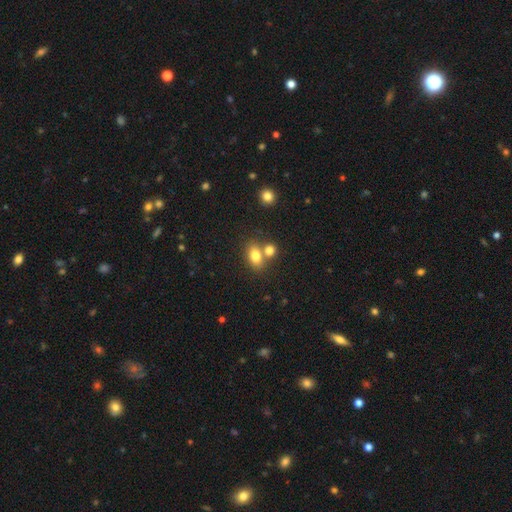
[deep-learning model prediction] Smooth or featured? smooth (78%)
How rounded? in between (72%)
Merging? none (50%)